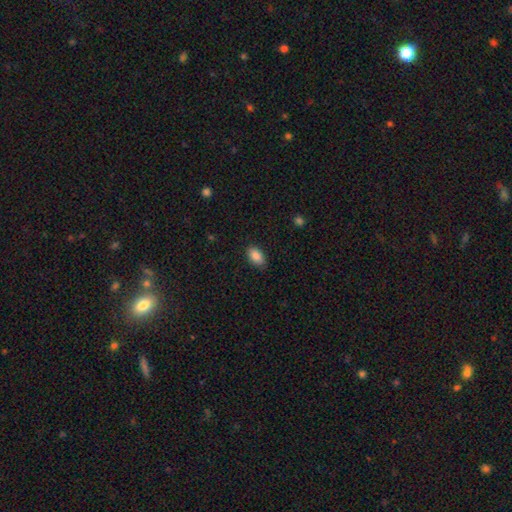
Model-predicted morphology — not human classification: smooth 88%, star or artifact 8%, featured or disk 5%. Down the decision tree: how rounded — in between (92%); merging — none (83%).